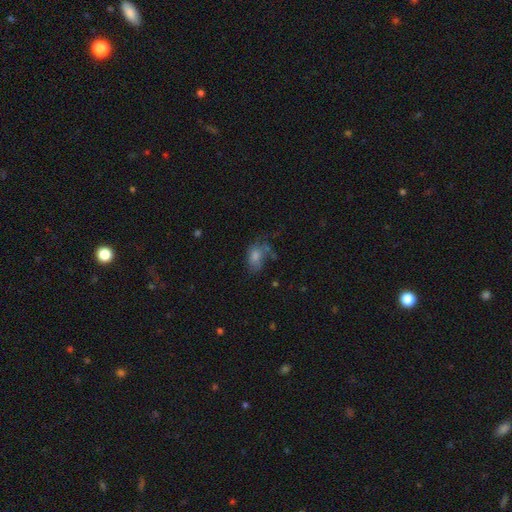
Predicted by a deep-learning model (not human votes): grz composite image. It shows a smooth galaxy with no disk features (59%) that is in between round and cigar-shaped (77%). Merging: none (45%).